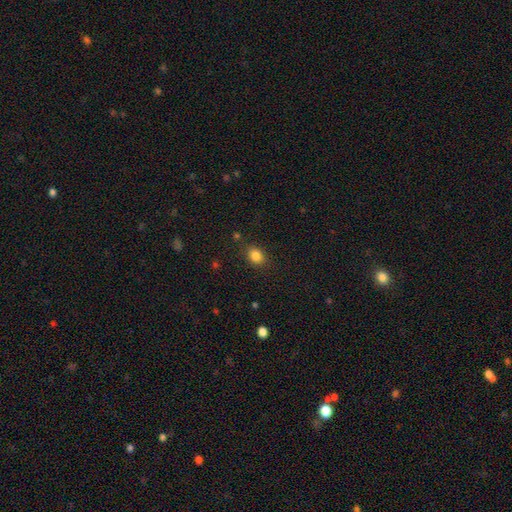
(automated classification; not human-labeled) This is clearly a smooth galaxy (84%). How rounded: possibly in between (59%). Merging: clearly none (84%).